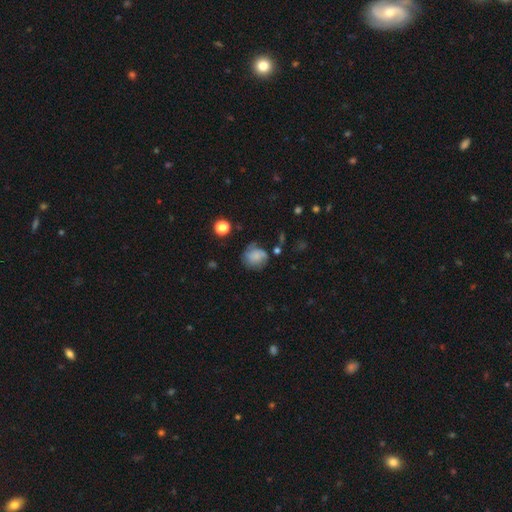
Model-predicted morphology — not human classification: smooth 61%, featured or disk 29%, star or artifact 11%. Down the decision tree: how rounded — round (76%); merging — none (55%).